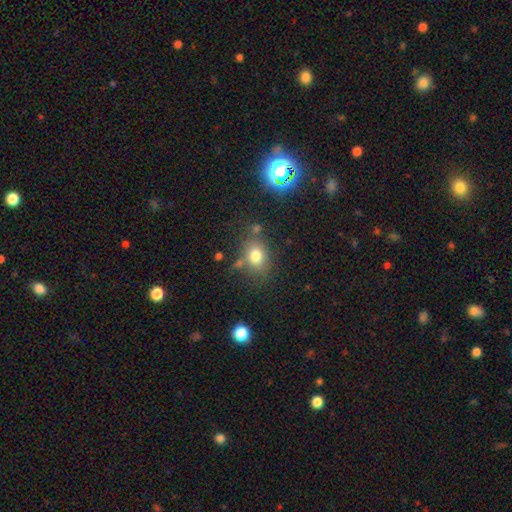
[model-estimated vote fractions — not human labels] Overall: smooth (76%). How rounded: in between (56%; round 43%). Merging: none (69%).